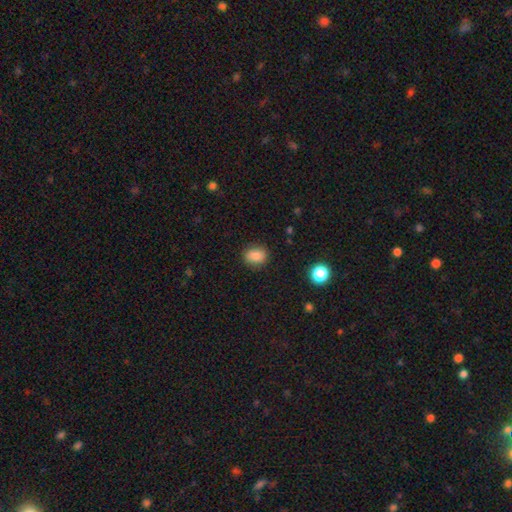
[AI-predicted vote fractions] smooth-or-featured: smooth: 83% | star or artifact: 10% | featured or disk: 7%
  how-rounded: round: 50% | in between: 49% | cigar-shaped: 1%
  merging: none: 86% | minor disturbance: 10% | major disturbance: 3% | merger: 1%